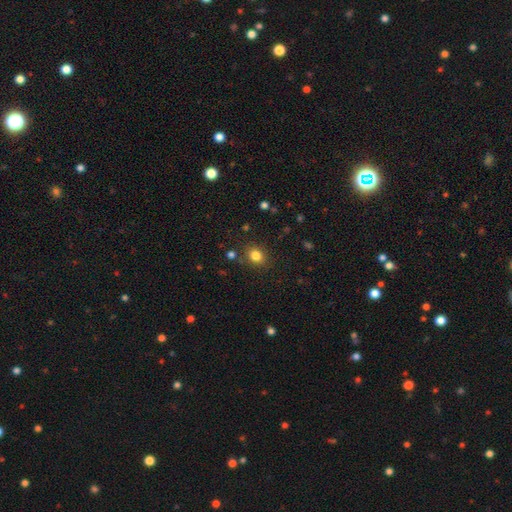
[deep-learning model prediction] Smooth or featured? Predicted: smooth (p=0.81). How rounded? Predicted: round (p=0.58). Merging? Predicted: none (p=0.83).